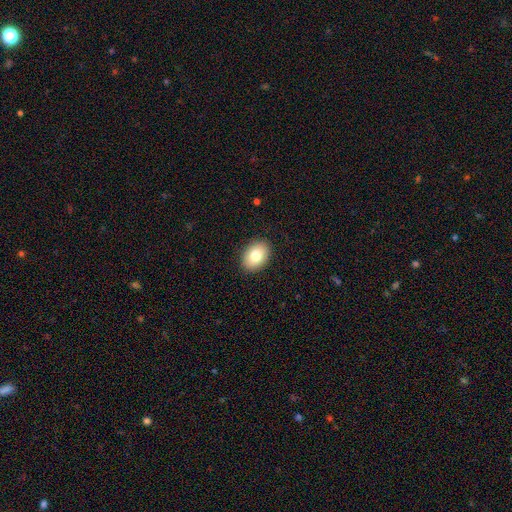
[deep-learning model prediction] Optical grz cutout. It shows a smooth galaxy with no disk features (81%) that is in between round and cigar-shaped (78%). Merging: none (89%).